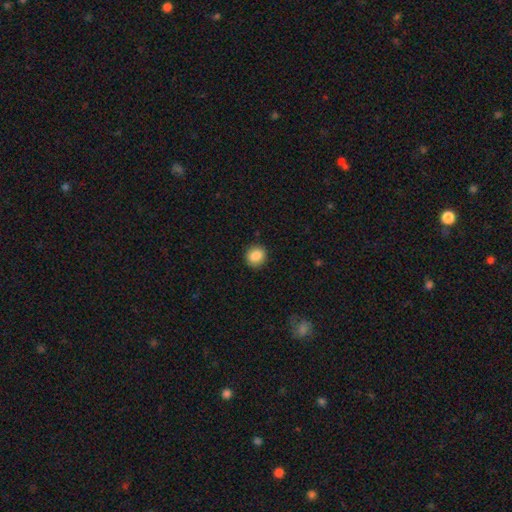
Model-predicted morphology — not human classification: This is clearly a smooth galaxy (87%). How rounded: clearly round (82%). Merging: clearly none (90%).